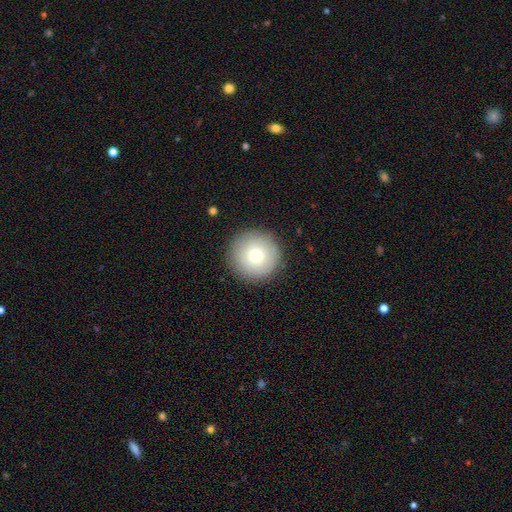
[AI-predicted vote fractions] Q: Smooth or featured?
A: smooth (74%); runner-up: featured or disk (17%)
Q: How rounded?
A: round (96%); runner-up: in between (3%)
Q: Merging?
A: none (90%); runner-up: minor disturbance (7%)